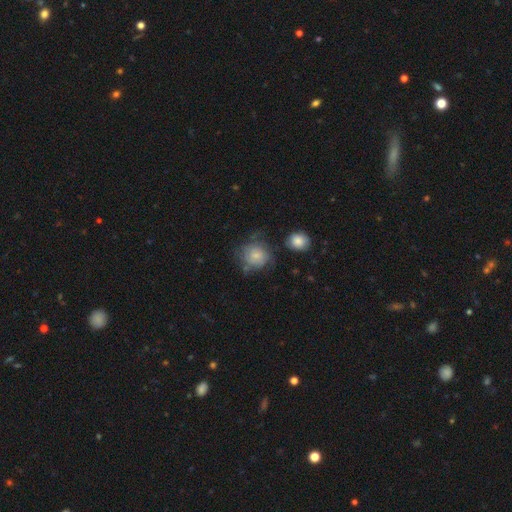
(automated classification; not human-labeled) Morphology: type=smooth (55%); roundness=round (82%); merging=none (54%).